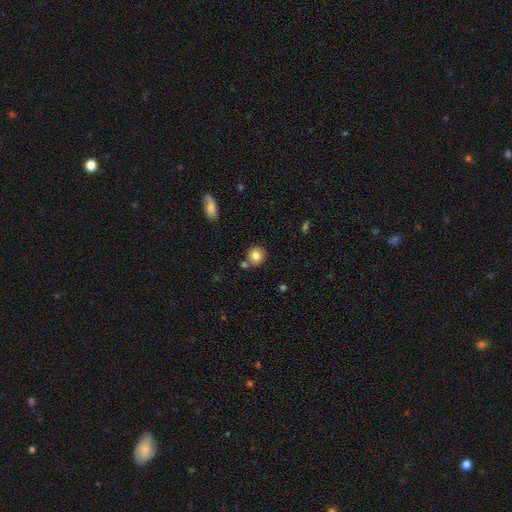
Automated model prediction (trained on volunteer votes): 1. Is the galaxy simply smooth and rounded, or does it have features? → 84% smooth, 9% star or artifact, 7% featured or disk.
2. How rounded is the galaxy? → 89% round, 10% in between, 1% cigar-shaped.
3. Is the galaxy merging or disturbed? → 75% none, 12% merger, 10% minor disturbance, 3% major disturbance.